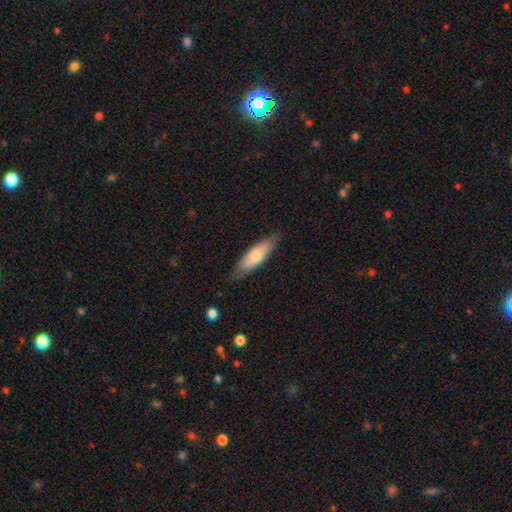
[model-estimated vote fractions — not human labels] The model was most divided on "how rounded": cigar-shaped: 52%, in between: 47%, round: 2%. More confident: merging — none (82%); smooth or featured — smooth (72%).